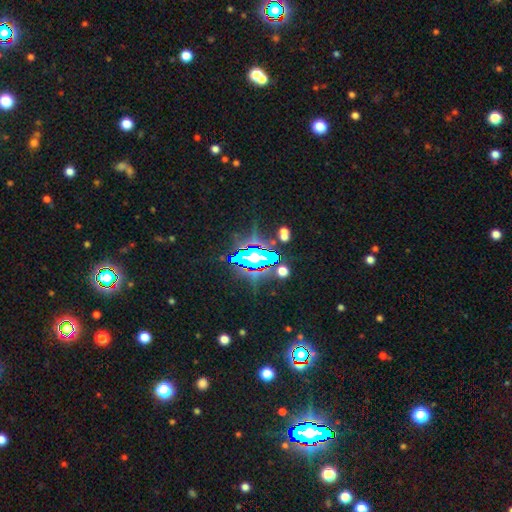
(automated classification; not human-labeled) smooth_or_featured: star or artifact (p=0.81) [alt: smooth p=0.10]